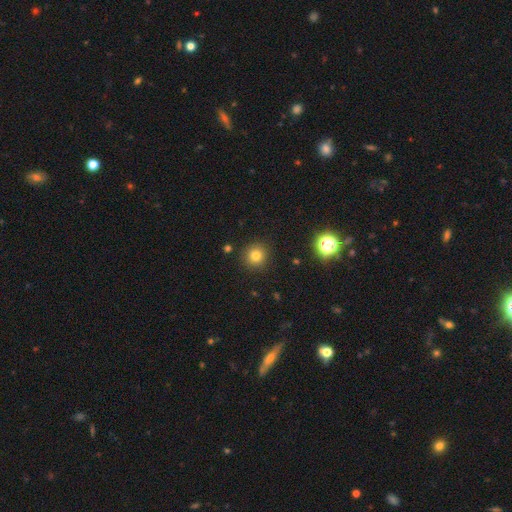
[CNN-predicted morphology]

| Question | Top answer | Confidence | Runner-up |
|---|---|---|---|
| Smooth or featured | smooth | 78% | star or artifact (15%) |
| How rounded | round | 93% | in between (6%) |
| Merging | none | 90% | minor disturbance (6%) |